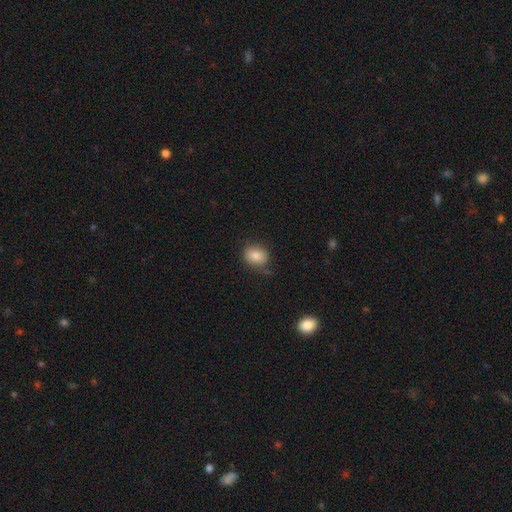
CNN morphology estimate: Smooth or featured?
  - smooth: 83% *
  - star or artifact: 10%
  - featured or disk: 7%
How rounded?
  - round: 57% *
  - in between: 42%
  - cigar-shaped: 1%
Merging?
  - none: 78% *
  - minor disturbance: 16%
  - major disturbance: 4%
  - merger: 2%